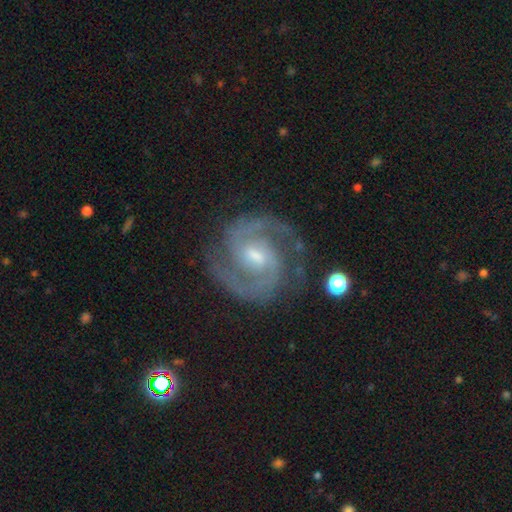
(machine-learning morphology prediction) This is clearly a featured or disk galaxy (93%). It is clearly not viewed edge-on (98%). Bar: possibly weak (59%). Spiral arm pattern: clearly yes (99%). Spiral arm count: clearly 2 (90%). Spiral winding: possibly medium (51%). Central bulge: possibly moderate (46%). Merging: clearly none (80%).